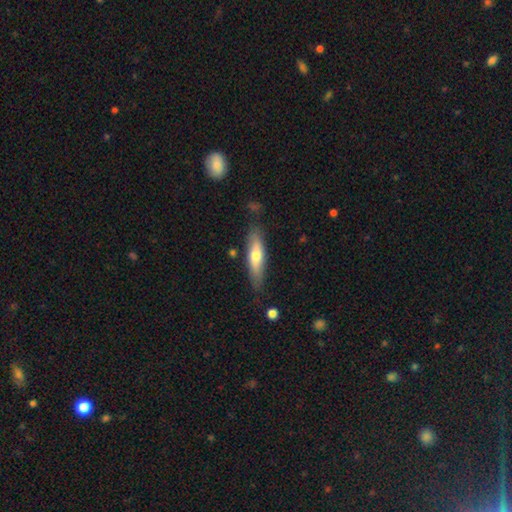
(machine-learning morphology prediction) smooth 59%, featured or disk 35%, star or artifact 6%. Down the decision tree: how rounded — cigar-shaped (68%); merging — none (79%).